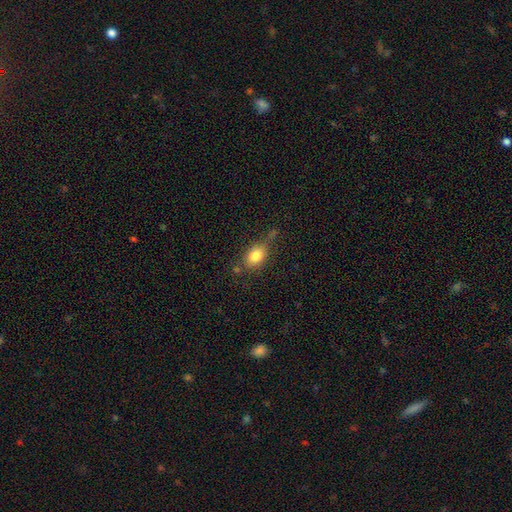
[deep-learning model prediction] Morphology: type=smooth (81%); roundness=in between (72%); merging=none (56%).